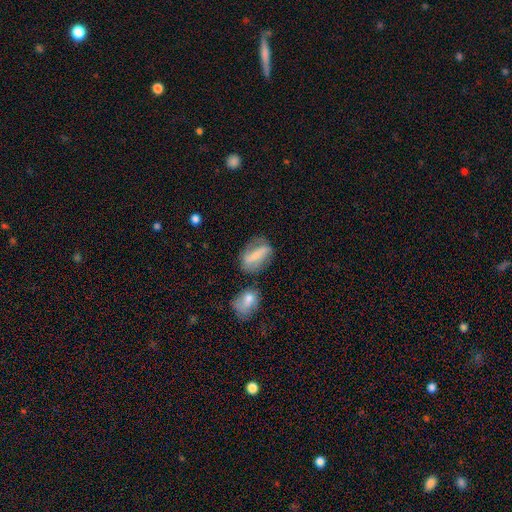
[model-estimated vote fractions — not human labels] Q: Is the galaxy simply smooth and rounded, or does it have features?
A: featured or disk — 46%.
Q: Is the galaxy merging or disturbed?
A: none — 58%.